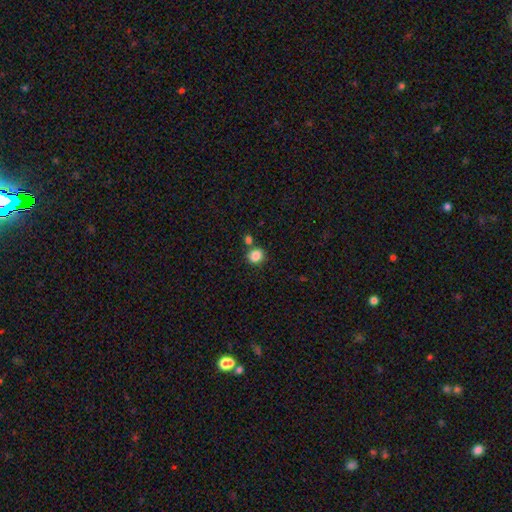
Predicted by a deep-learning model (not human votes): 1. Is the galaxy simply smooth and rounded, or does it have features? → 85% smooth, 10% star or artifact, 4% featured or disk.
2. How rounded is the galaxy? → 76% round, 23% in between, 1% cigar-shaped.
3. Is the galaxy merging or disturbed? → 72% none, 15% merger, 11% minor disturbance, 3% major disturbance.